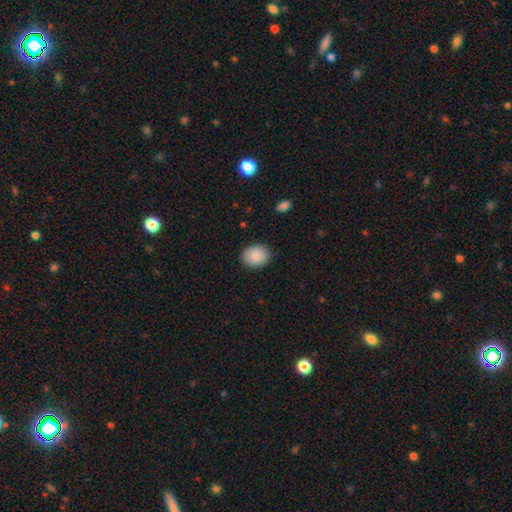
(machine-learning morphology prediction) smooth 83%, featured or disk 9%, star or artifact 8%. Down the decision tree: how rounded — round (56%); merging — none (89%).